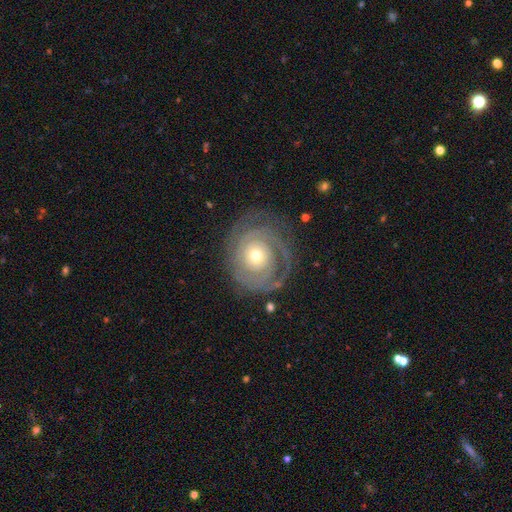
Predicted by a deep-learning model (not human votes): Smooth or featured? featured or disk (84%)
Edge-on disk? no (97%)
Bar? no (81%)
Spiral arms? yes (92%)
Spiral winding? tight (78%)
Spiral arm count? 2 (32%)
Bulge size? moderate (48%)
Merging? none (75%)